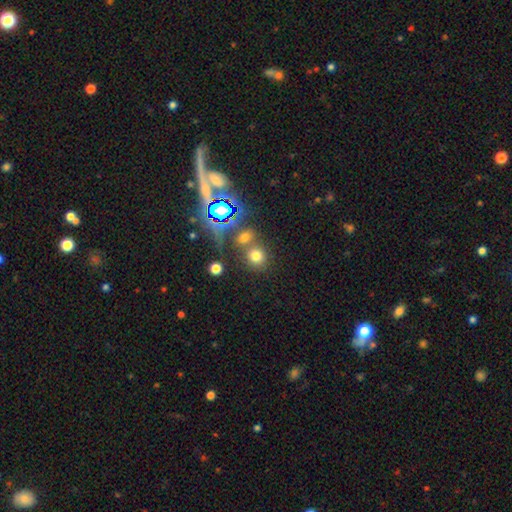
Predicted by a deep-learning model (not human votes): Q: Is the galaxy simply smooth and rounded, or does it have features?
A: smooth — 66%.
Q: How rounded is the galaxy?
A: round — 81%.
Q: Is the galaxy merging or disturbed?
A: none — 61%.